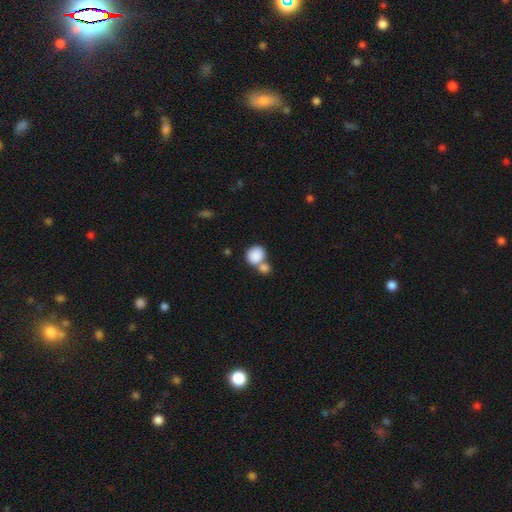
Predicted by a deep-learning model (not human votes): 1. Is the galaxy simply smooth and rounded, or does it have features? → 86% smooth, 8% star or artifact, 7% featured or disk.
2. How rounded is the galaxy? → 74% round, 25% in between, 1% cigar-shaped.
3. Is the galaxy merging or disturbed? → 50% merger, 38% none, 9% minor disturbance, 4% major disturbance.